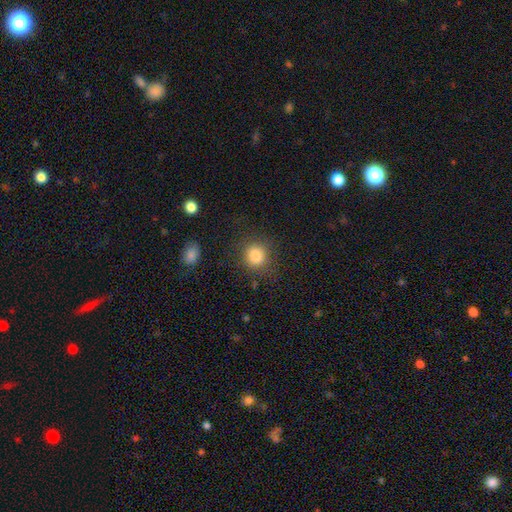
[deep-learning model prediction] Q: Smooth or featured?
A: smooth (85%); runner-up: star or artifact (10%)
Q: How rounded?
A: round (81%); runner-up: in between (18%)
Q: Merging?
A: none (80%); runner-up: minor disturbance (12%)